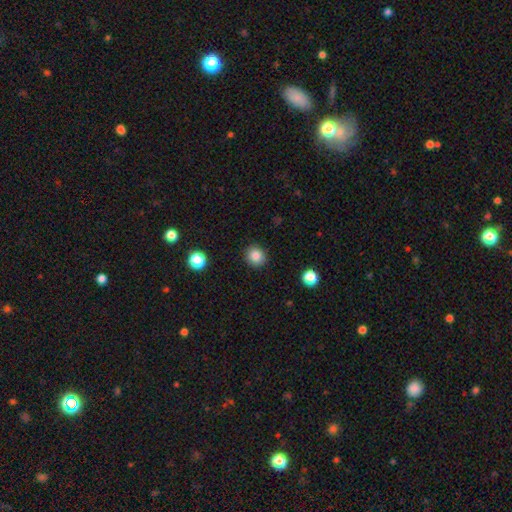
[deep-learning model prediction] smooth_or_featured: smooth (p=0.85) [alt: star or artifact p=0.10]
how_rounded: round (p=0.86) [alt: in between p=0.13]
merging: none (p=0.90) [alt: minor disturbance p=0.06]